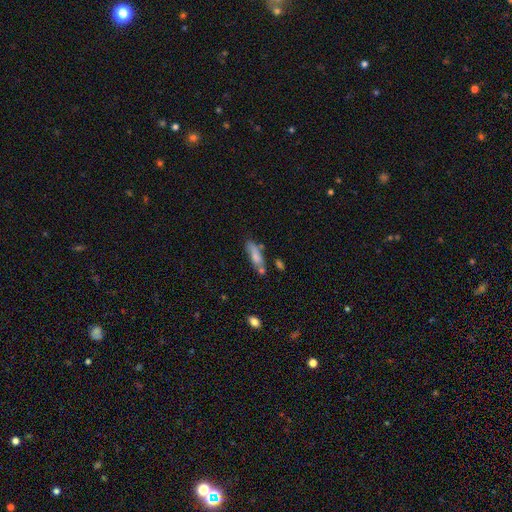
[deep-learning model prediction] This is likely a smooth galaxy (72%). How rounded: possibly cigar-shaped (54%). Merging: possibly none (56%).